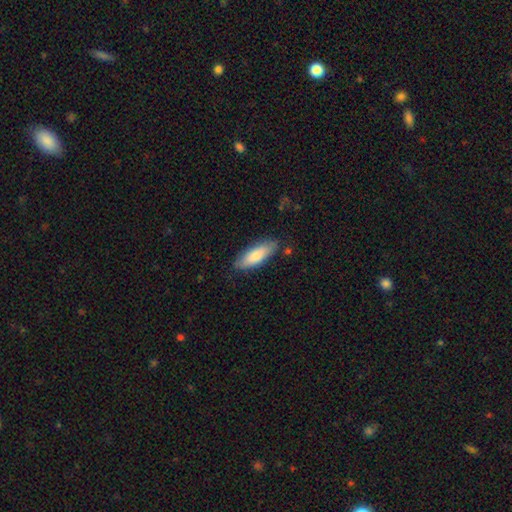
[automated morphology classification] smooth_or_featured: smooth (p=0.79) [alt: featured or disk p=0.15]
how_rounded: in between (p=0.64) [alt: cigar-shaped p=0.34]
merging: none (p=0.81) [alt: minor disturbance p=0.14]